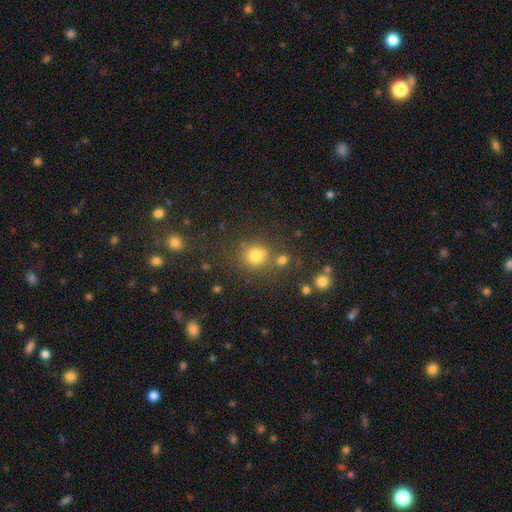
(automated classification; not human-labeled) smooth 76%, star or artifact 17%, featured or disk 7%. Down the decision tree: how rounded — round (85%); merging — none (67%).